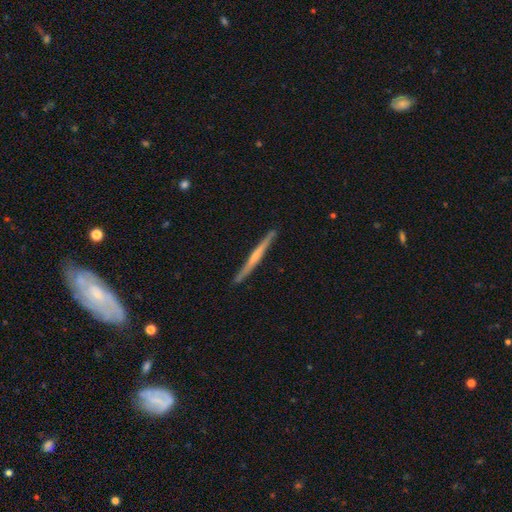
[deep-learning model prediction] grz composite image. It shows a featured or disk galaxy (61%) viewed edge-on (98%) with no central bulge (55%). Merging: none (90%).